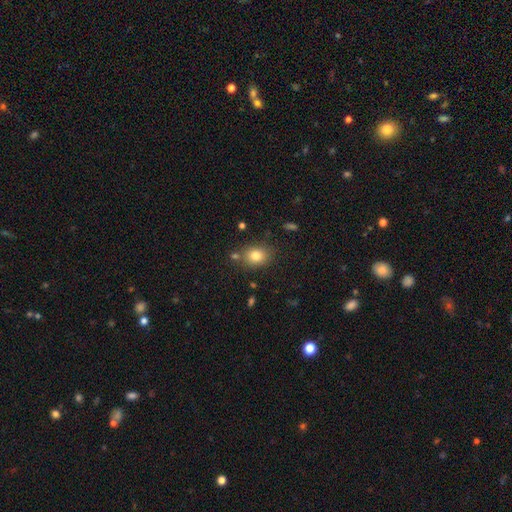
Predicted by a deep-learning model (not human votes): Morphology: type=smooth (80%); roundness=in between (53%); merging=none (77%).